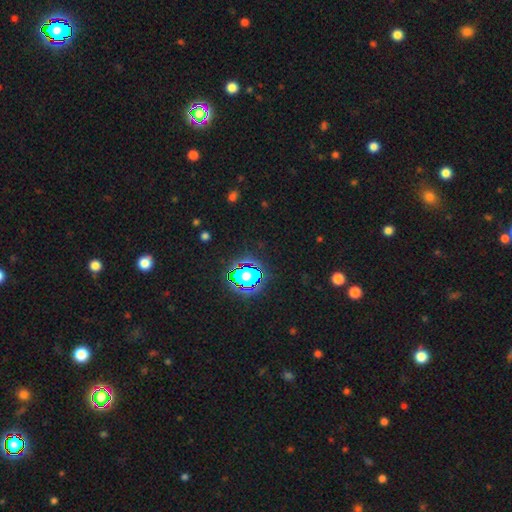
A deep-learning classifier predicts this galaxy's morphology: smooth_or_featured: star or artifact (p=0.80) [alt: smooth p=0.12]